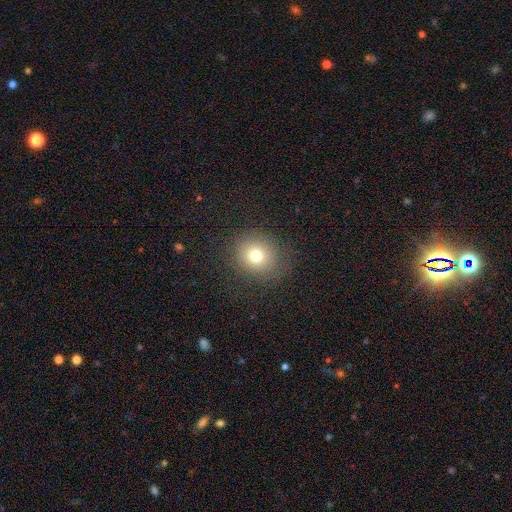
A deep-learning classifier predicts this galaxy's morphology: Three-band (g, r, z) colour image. It shows a smooth galaxy with no disk features (75%) that is round (82%). Merging: none (85%).